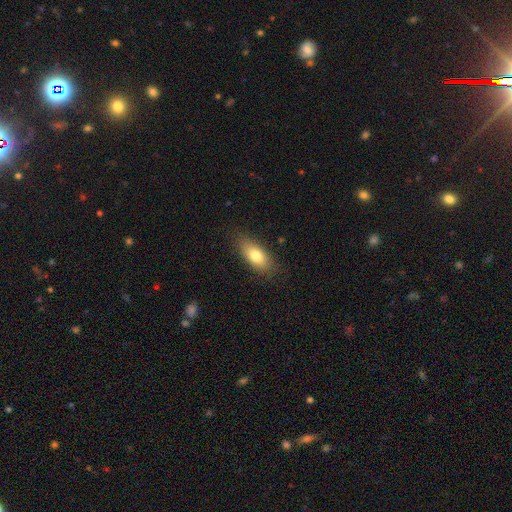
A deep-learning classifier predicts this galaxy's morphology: Overall: smooth (78%). How rounded: in between (82%). Merging: none (82%).